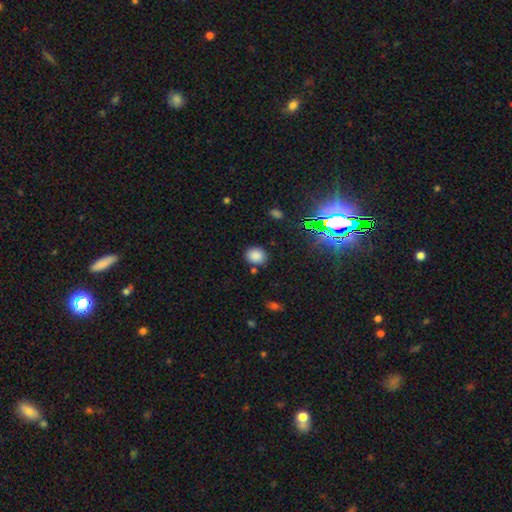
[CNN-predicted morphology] type=smooth (83%); roundness=round (60%); merging=none (81%).